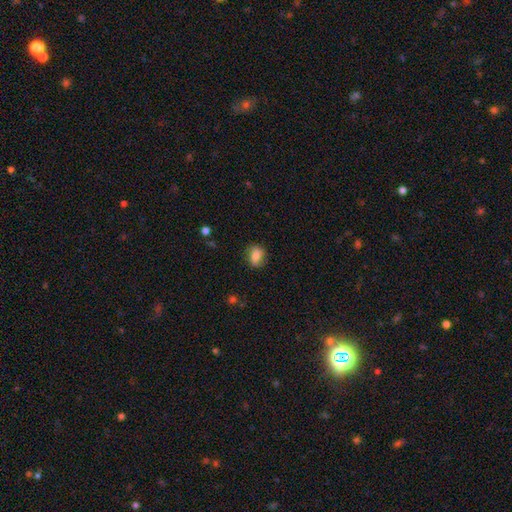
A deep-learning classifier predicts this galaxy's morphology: Smooth or featured? smooth (79%)
How rounded? in between (63%)
Merging? none (77%)